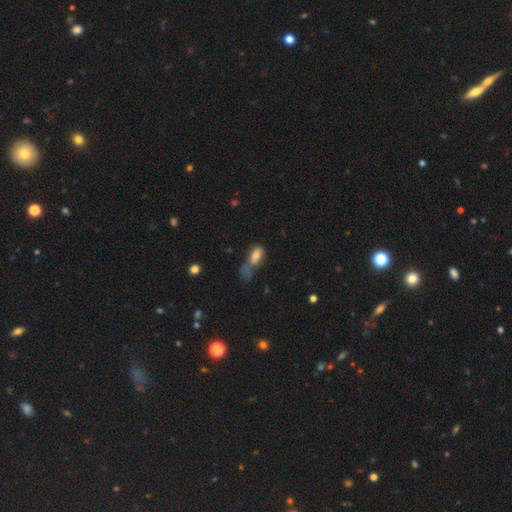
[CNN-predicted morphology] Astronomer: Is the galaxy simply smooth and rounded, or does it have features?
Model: smooth — 70%.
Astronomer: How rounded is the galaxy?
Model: in between — 81%.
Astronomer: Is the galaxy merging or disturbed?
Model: major disturbance — 32% (runner-up: merger, 26%).